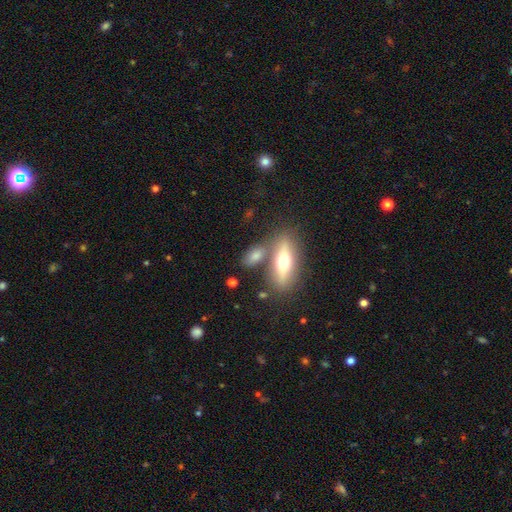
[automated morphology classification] Smooth or featured?
  - smooth: 66% *
  - featured or disk: 25%
  - star or artifact: 9%
How rounded?
  - in between: 66% *
  - cigar-shaped: 26%
  - round: 8%
Merging?
  - none: 61% *
  - merger: 22%
  - minor disturbance: 12%
  - major disturbance: 5%